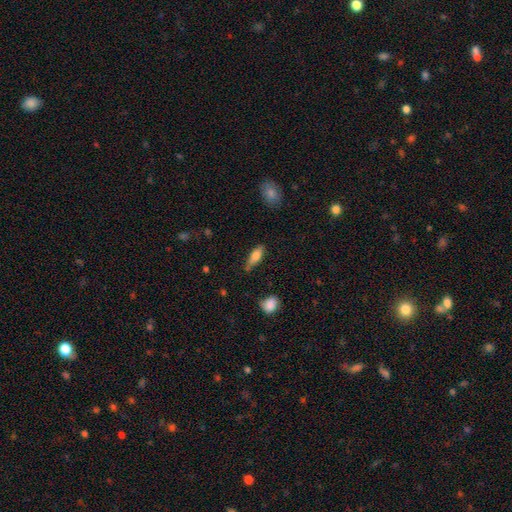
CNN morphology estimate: Smooth or featured: smooth — 71% (featured or disk — 22%)
How rounded: in between — 57% (cigar-shaped — 41%)
Merging: none — 71% (minor disturbance — 22%)